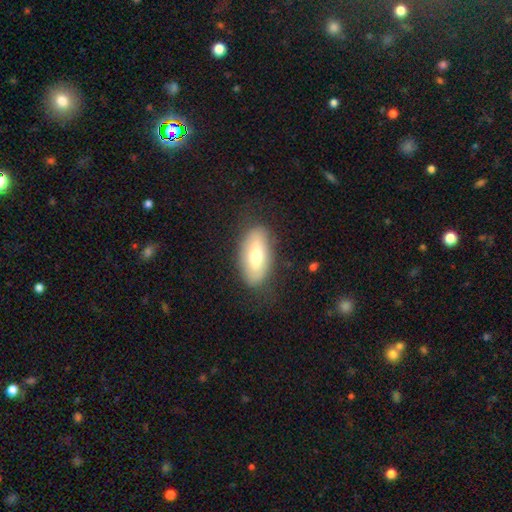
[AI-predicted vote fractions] smooth_or_featured: smooth (p=0.62) [alt: featured or disk p=0.32]
how_rounded: in between (p=0.89) [alt: cigar-shaped p=0.08]
merging: none (p=0.80) [alt: minor disturbance p=0.15]